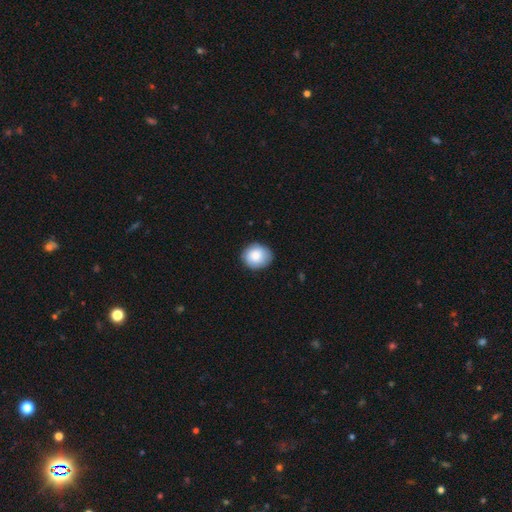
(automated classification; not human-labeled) smooth-or-featured: smooth: 85% | featured or disk: 8% | star or artifact: 7%
  how-rounded: round: 73% | in between: 26% | cigar-shaped: 1%
  merging: none: 85% | minor disturbance: 12% | major disturbance: 2% | merger: 1%